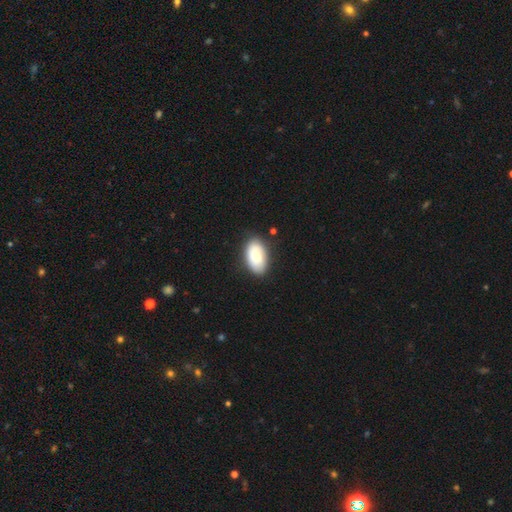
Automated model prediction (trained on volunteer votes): This is clearly a smooth galaxy (82%). How rounded: clearly in between (95%). Merging: clearly none (83%).